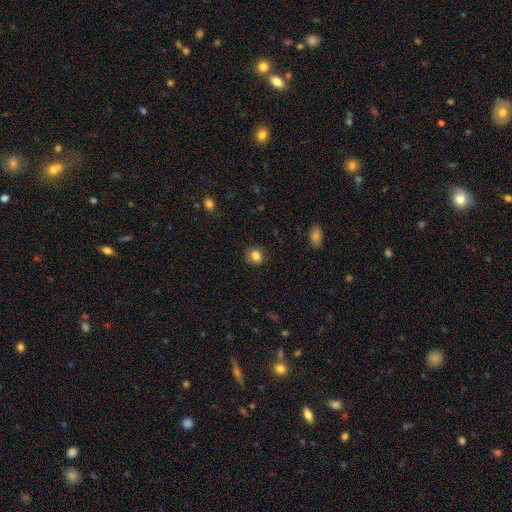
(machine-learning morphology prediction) Smooth or featured?
  - smooth: 83% *
  - star or artifact: 10%
  - featured or disk: 6%
How rounded?
  - round: 74% *
  - in between: 25%
  - cigar-shaped: 1%
Merging?
  - none: 82% *
  - minor disturbance: 14%
  - major disturbance: 3%
  - merger: 1%